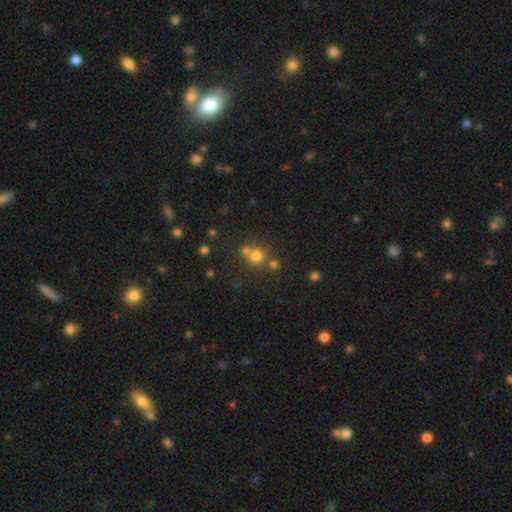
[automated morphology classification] smooth 72%, star or artifact 18%, featured or disk 10%. Down the decision tree: how rounded — round (90%); merging — none (58%).